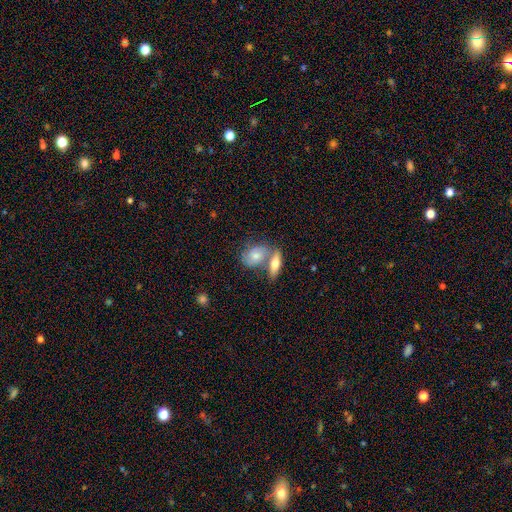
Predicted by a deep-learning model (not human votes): Smooth or featured? smooth (60%)
How rounded? in between (76%)
Merging? merger (48%)